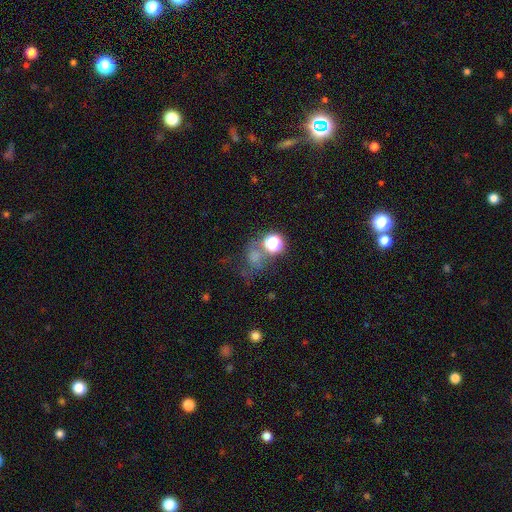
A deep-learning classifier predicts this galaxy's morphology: Q: Smooth or featured?
A: smooth (54%); runner-up: star or artifact (32%)
Q: How rounded?
A: round (69%); runner-up: in between (30%)
Q: Merging?
A: none (49%); runner-up: major disturbance (19%)